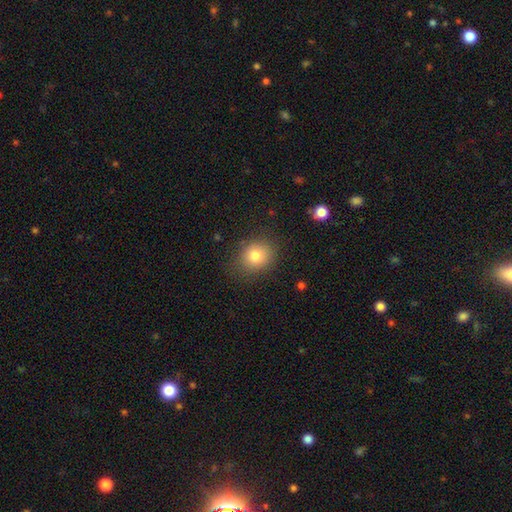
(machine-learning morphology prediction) smooth_or_featured: smooth (p=0.81) [alt: star or artifact p=0.10]
how_rounded: round (p=0.67) [alt: in between p=0.32]
merging: none (p=0.81) [alt: minor disturbance p=0.13]